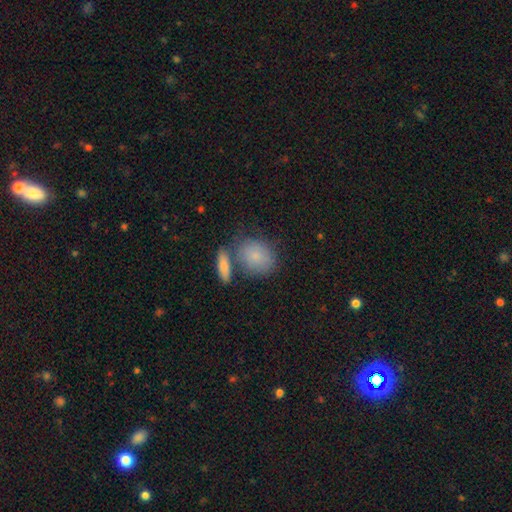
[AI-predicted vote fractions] Overall: smooth (80%). How rounded: in between (51%; round 46%). Merging: none (56%; merger 24%).